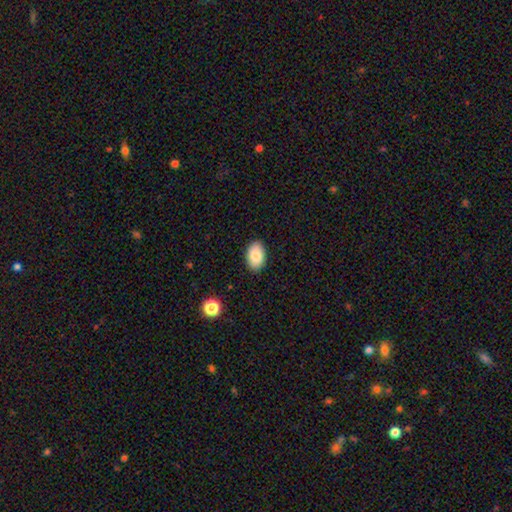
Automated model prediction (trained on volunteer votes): A smooth galaxy with no disk features (86%) that is in between round and cigar-shaped (92%). Merging: none (89%).